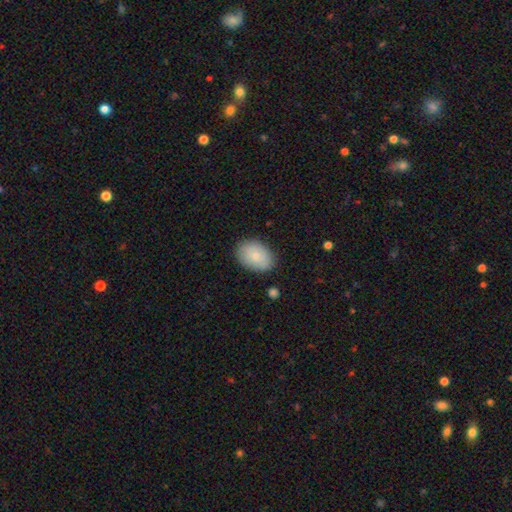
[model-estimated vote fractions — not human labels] Smooth or featured: smooth — 81% (featured or disk — 12%)
How rounded: in between — 81% (round — 18%)
Merging: none — 83% (minor disturbance — 12%)